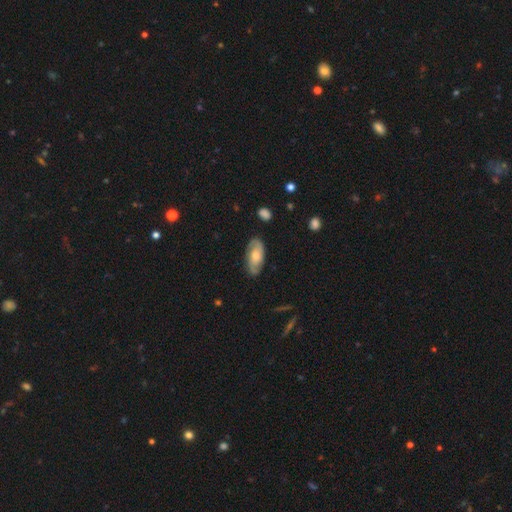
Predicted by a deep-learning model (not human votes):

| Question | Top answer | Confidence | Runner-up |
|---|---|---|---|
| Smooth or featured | featured or disk | 53% | smooth (40%) |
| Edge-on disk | no | 91% | yes (9%) |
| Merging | none | 79% | minor disturbance (16%) |